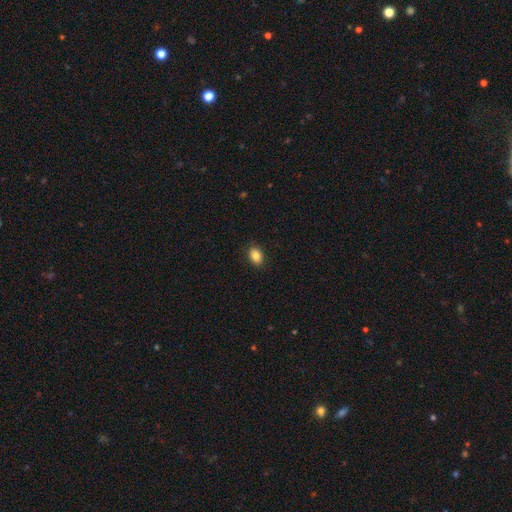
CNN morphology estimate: Smooth or featured?
  - smooth: 86% *
  - star or artifact: 9%
  - featured or disk: 5%
How rounded?
  - in between: 77% *
  - round: 22%
  - cigar-shaped: 1%
Merging?
  - none: 89% *
  - minor disturbance: 8%
  - major disturbance: 2%
  - merger: 1%